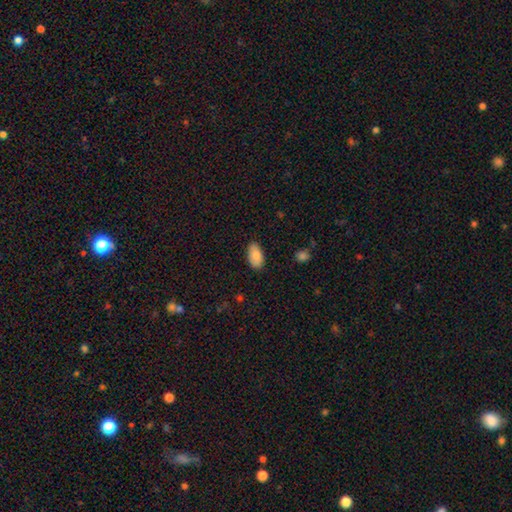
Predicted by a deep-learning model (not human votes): This is clearly a smooth galaxy (86%). How rounded: clearly in between (95%). Merging: clearly none (85%).